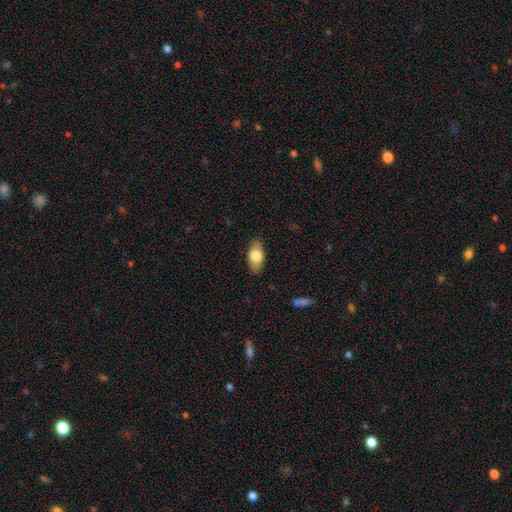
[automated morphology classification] smooth 76%, featured or disk 18%, star or artifact 6%. Down the decision tree: how rounded — in between (90%); merging — none (87%).